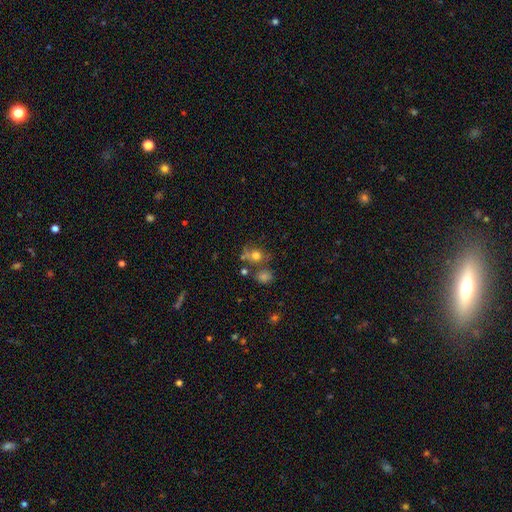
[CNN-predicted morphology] Smooth or featured? Predicted: smooth (p=0.69). How rounded? Predicted: round (p=0.70). Merging? Predicted: none (p=0.47).